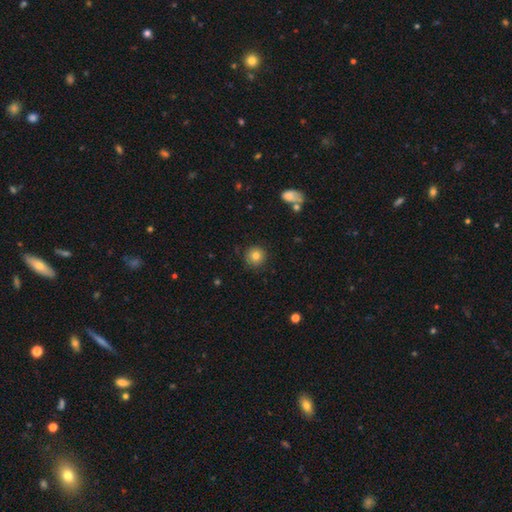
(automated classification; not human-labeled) Smooth or featured: smooth — 81% (star or artifact — 11%)
How rounded: round — 94% (in between — 5%)
Merging: none — 88% (minor disturbance — 8%)